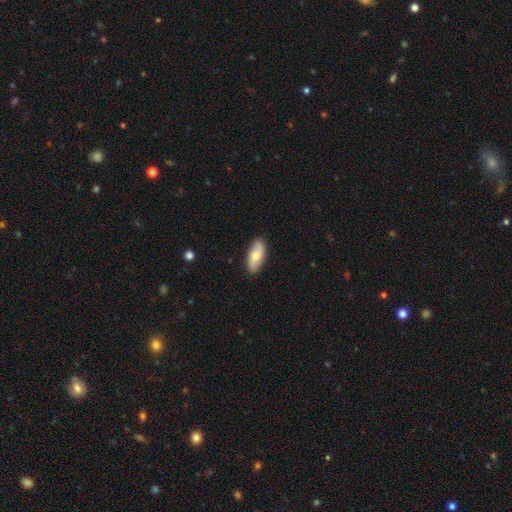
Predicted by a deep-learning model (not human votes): The model was most divided on "smooth or featured": smooth: 63%, featured or disk: 32%, star or artifact: 6%. More confident: how rounded — in between (87%); merging — none (87%).